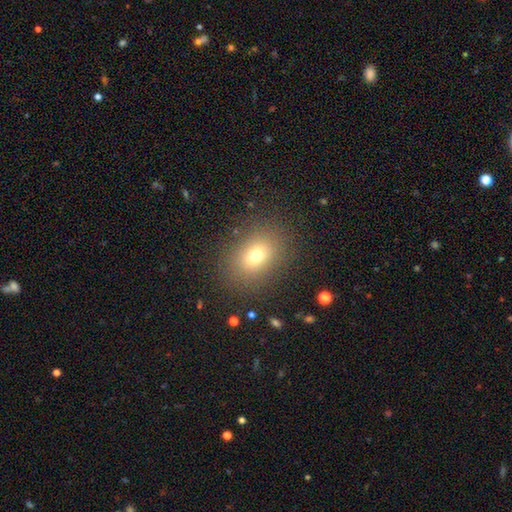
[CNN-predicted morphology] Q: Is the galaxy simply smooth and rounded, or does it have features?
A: smooth — 71%.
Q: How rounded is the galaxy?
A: in between — 62%.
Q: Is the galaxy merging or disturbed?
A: none — 85%.